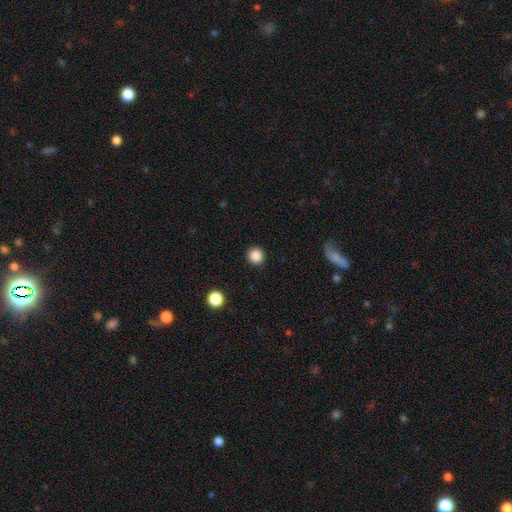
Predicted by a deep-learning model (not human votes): Smooth or featured? smooth (87%)
How rounded? round (93%)
Merging? none (92%)